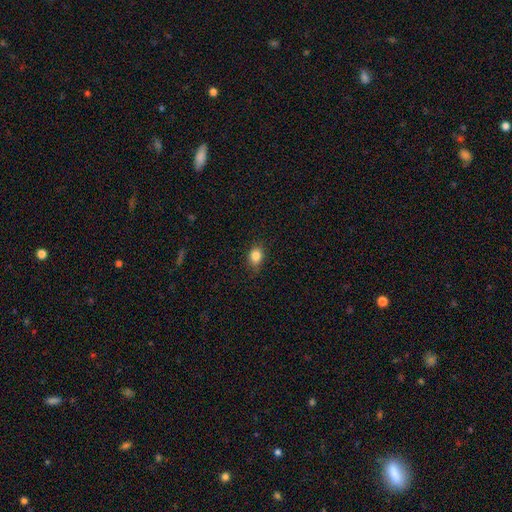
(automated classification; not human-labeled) Overall: smooth (85%). How rounded: in between (61%; round 38%). Merging: none (80%).